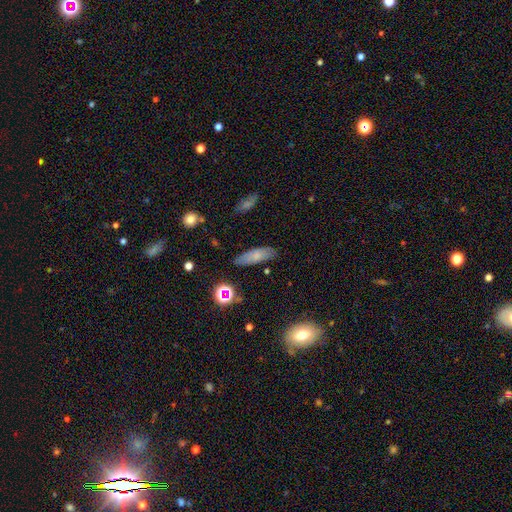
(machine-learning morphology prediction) A smooth galaxy with no disk features (71%) that is in between round and cigar-shaped (61%). Merging: none (80%).